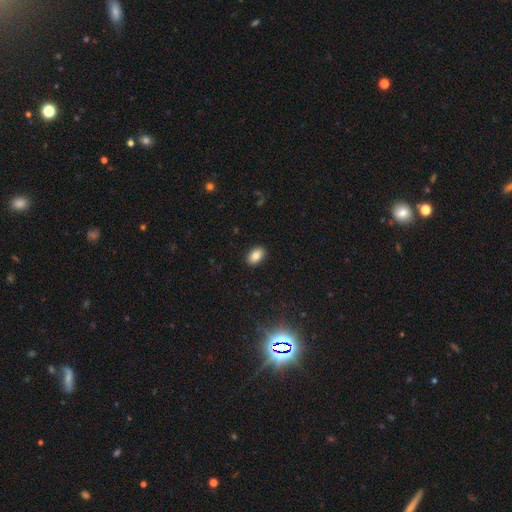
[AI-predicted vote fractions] This is clearly a smooth galaxy (84%). How rounded: clearly in between (89%). Merging: clearly none (90%).